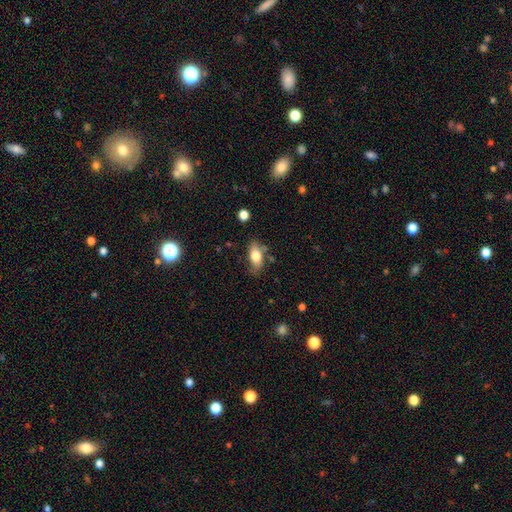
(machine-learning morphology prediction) The model was most divided on "merging": none: 68%, minor disturbance: 22%, major disturbance: 6%, merger: 5%. More confident: how rounded — in between (87%); smooth or featured — smooth (76%).